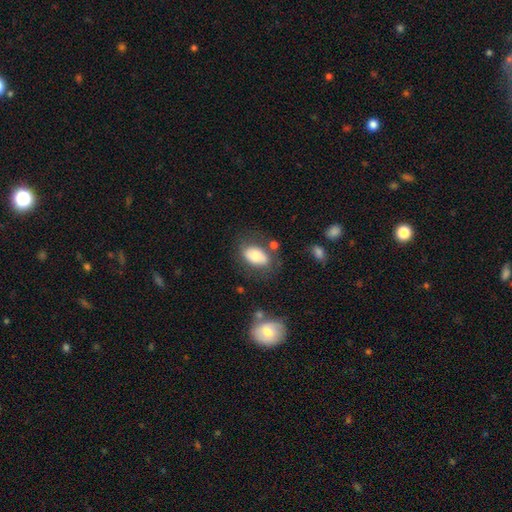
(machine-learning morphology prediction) A smooth galaxy with no disk features (72%) that is in between round and cigar-shaped (89%). Merging: none (65%).